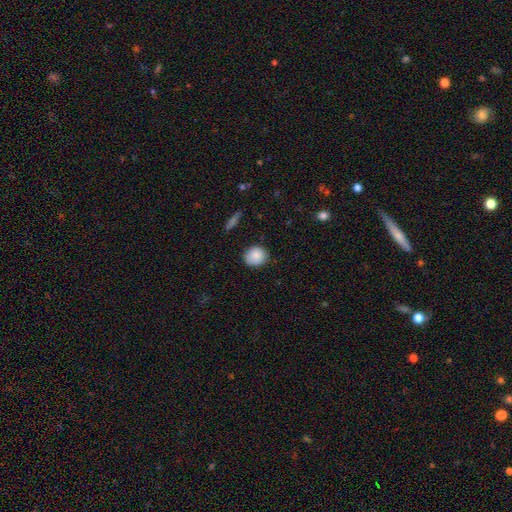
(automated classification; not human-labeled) A smooth galaxy with no disk features (87%) that is round (71%). Merging: none (83%).